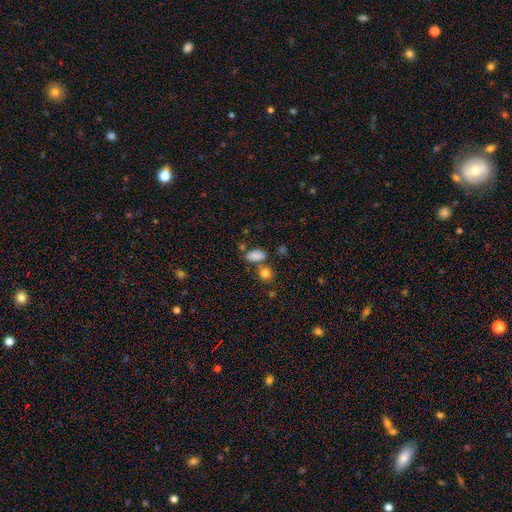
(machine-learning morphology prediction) A smooth galaxy with no disk features (84%) that is in between round and cigar-shaped (88%). Merging: none (61%).